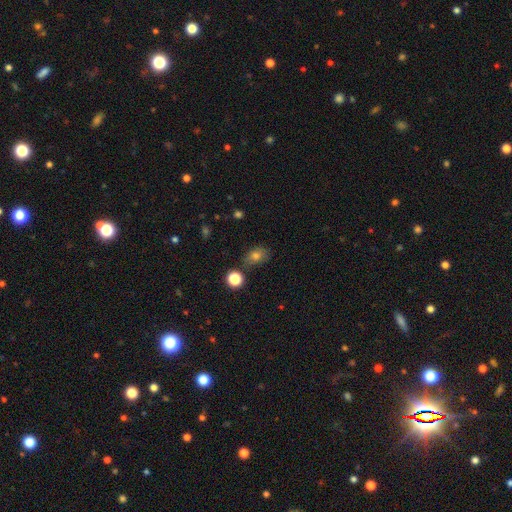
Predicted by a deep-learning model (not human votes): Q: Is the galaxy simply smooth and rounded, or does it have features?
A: smooth — 78%.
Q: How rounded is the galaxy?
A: in between — 71%.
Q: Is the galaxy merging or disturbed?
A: none — 71%.